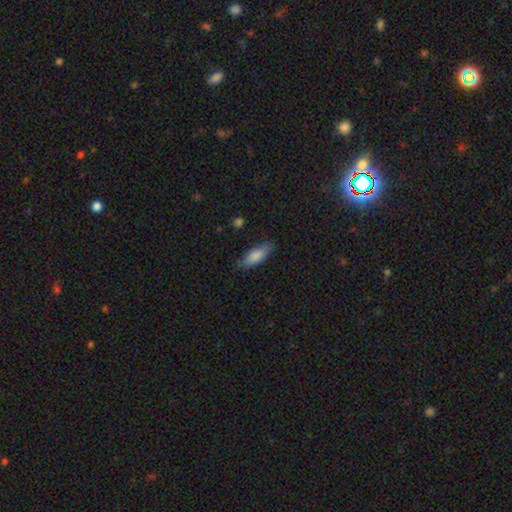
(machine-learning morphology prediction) Smooth or featured? smooth (84%)
How rounded? in between (71%)
Merging? none (79%)